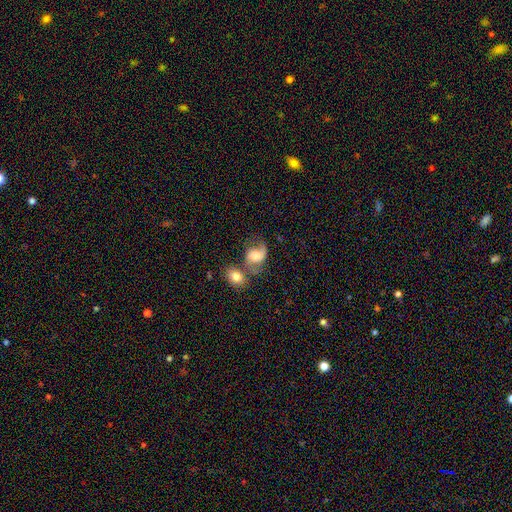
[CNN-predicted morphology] Overall: featured or disk (59%; smooth 32%). Edge-on disk: no (97%). Bar: no (54%; weak 35%). Spiral arms: yes (89%). Spiral arm count: 2 (81%). Spiral winding: loose (57%; medium 35%). Bulge size: moderate (53%; small 22%). Merging: none (38%; merger 33%).